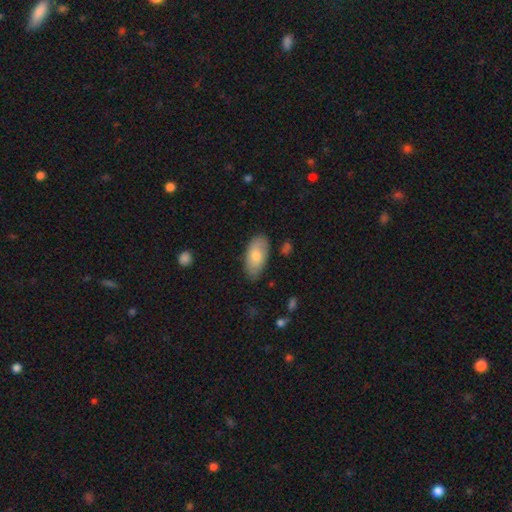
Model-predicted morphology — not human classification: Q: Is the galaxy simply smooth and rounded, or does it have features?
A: smooth — 73%.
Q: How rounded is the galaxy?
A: in between — 93%.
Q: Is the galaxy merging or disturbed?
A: none — 82%.